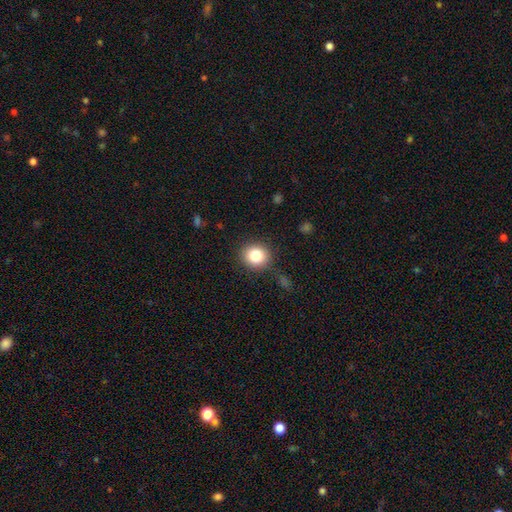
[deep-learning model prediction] Overall: smooth (83%). How rounded: round (83%). Merging: none (88%).